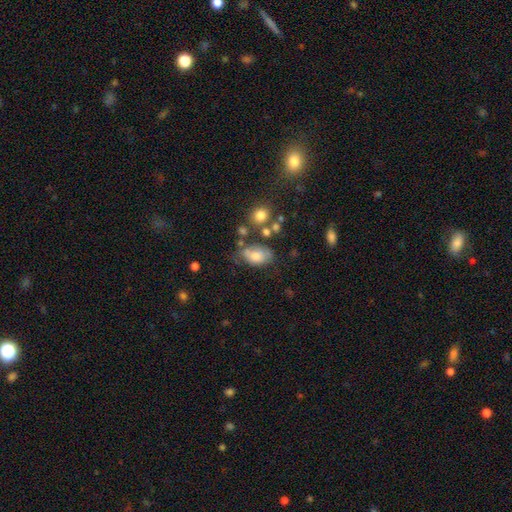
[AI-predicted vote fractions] smooth 67%, featured or disk 22%, star or artifact 11%. Down the decision tree: how rounded — in between (87%); merging — none (43%).